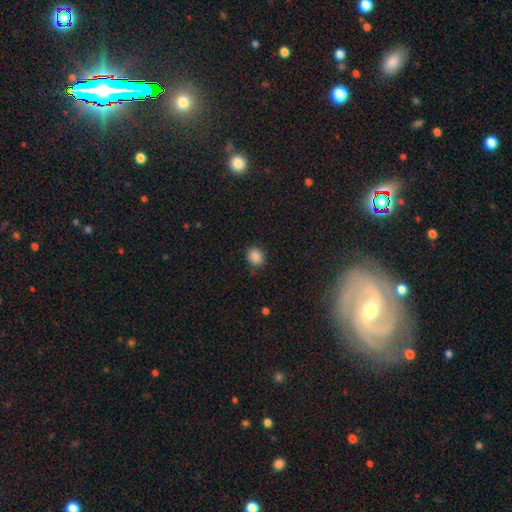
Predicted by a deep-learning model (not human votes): Morphology: type=smooth (87%); roundness=round (62%); merging=none (82%).